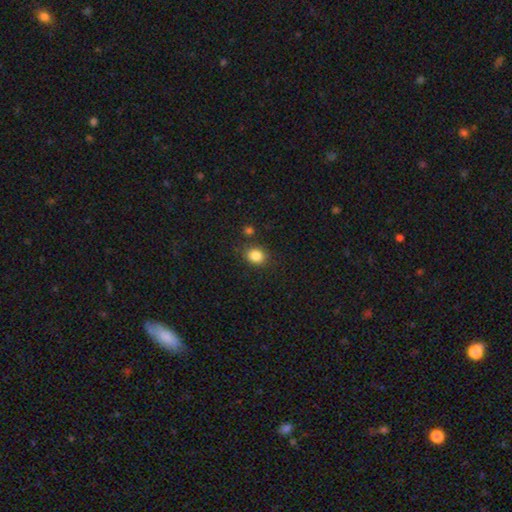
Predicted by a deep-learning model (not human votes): smooth-or-featured: smooth: 85% | star or artifact: 10% | featured or disk: 5%
  how-rounded: round: 61% | in between: 38% | cigar-shaped: 1%
  merging: none: 82% | minor disturbance: 11% | merger: 4% | major disturbance: 3%